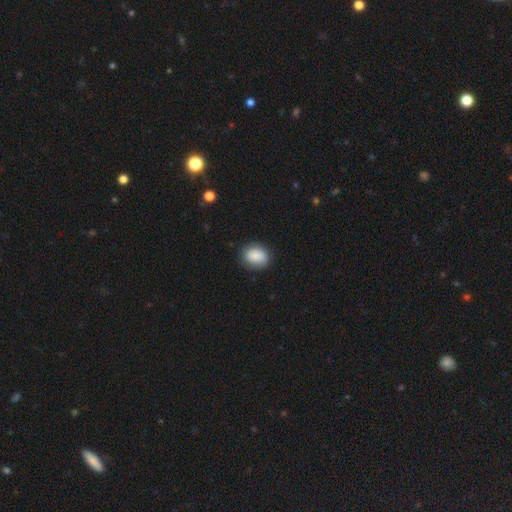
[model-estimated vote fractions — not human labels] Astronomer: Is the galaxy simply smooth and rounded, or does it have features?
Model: smooth — 87%.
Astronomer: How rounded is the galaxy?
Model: in between — 58% (runner-up: round, 41%).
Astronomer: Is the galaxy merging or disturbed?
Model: none — 82%.